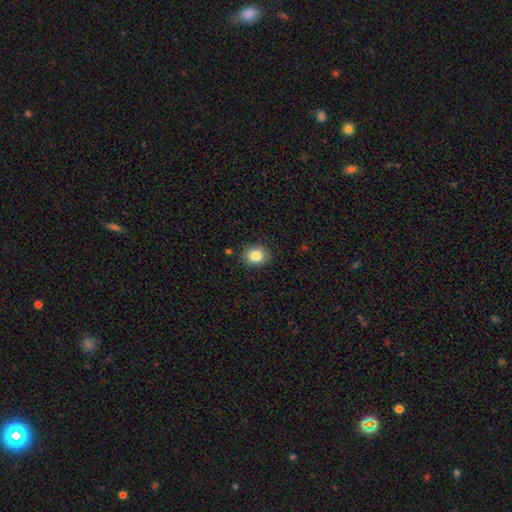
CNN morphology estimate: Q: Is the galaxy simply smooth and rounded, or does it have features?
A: smooth — 84%.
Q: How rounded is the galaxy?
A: round — 60%.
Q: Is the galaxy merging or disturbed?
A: none — 86%.